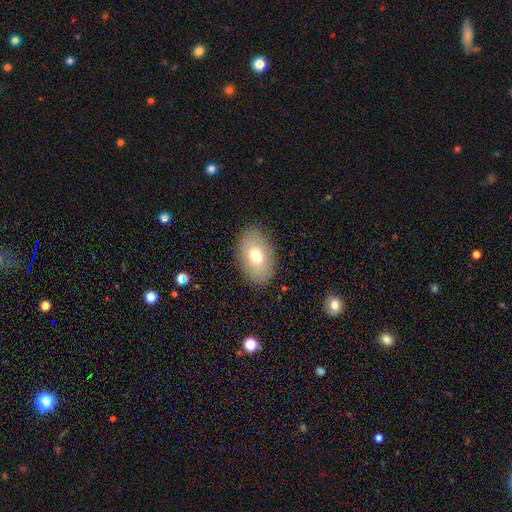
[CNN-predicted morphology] Smooth or featured?
  - smooth: 73% *
  - featured or disk: 18%
  - star or artifact: 9%
How rounded?
  - in between: 88% *
  - round: 11%
  - cigar-shaped: 1%
Merging?
  - none: 87% *
  - minor disturbance: 9%
  - major disturbance: 3%
  - merger: 1%